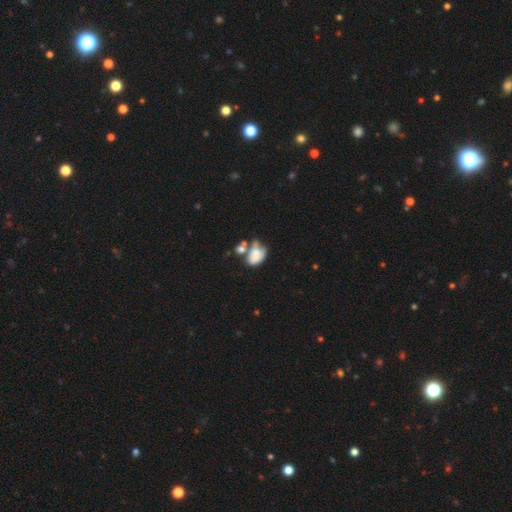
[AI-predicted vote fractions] A smooth galaxy with no disk features (68%) that is in between round and cigar-shaped (82%).

Vote fractions:
- Smooth or featured? smooth: 68% / featured or disk: 22% / star or artifact: 10%
- How rounded? in between: 82% / round: 17% / cigar-shaped: 1%
- Merging? merger: 44% / none: 21% / minor disturbance: 19% / major disturbance: 16%